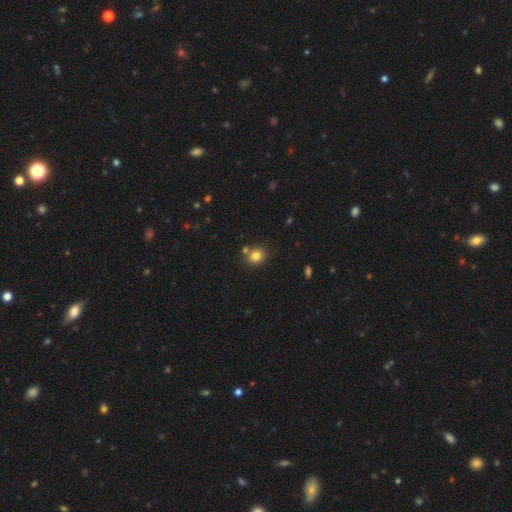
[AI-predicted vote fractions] Morphology: type=smooth (82%); roundness=round (70%); merging=none (70%).